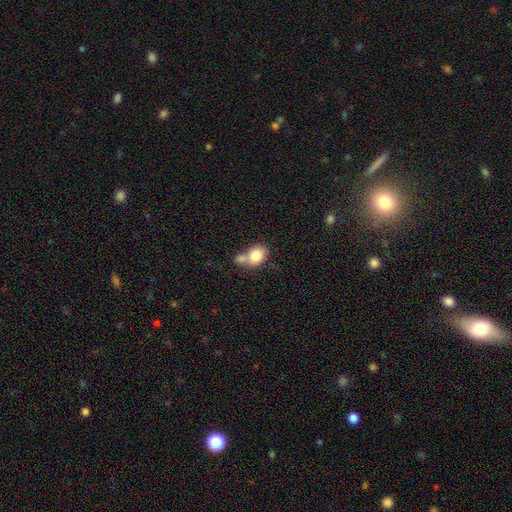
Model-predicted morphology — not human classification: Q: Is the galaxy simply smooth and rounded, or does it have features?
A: smooth — 81%.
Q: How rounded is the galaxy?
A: in between — 61%.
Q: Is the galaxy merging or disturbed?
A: merger — 50%.